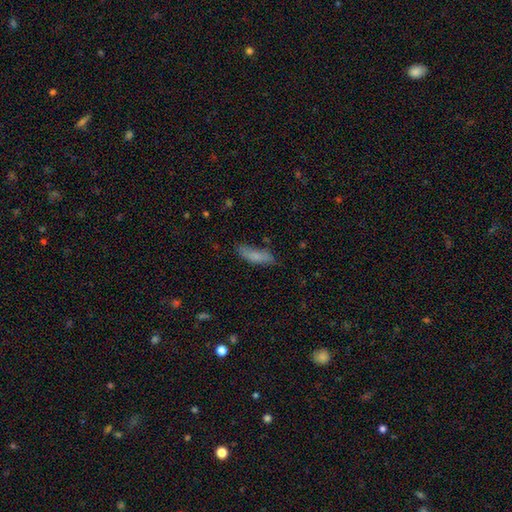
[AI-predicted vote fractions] Smooth or featured? Predicted: smooth (p=0.79). How rounded? Predicted: cigar-shaped (p=0.50). Merging? Predicted: none (p=0.63).